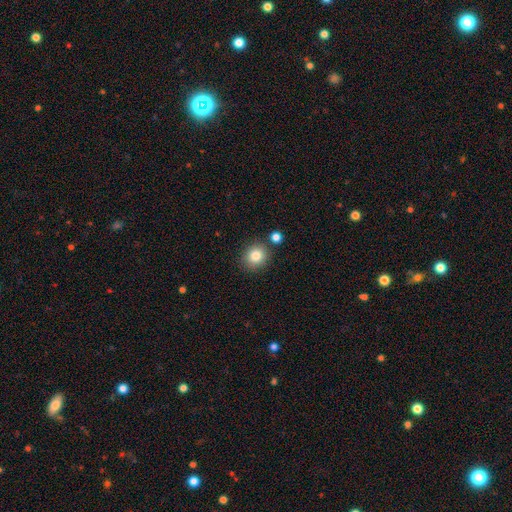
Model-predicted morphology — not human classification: Smooth or featured: smooth — 84% (star or artifact — 10%)
How rounded: round — 82% (in between — 17%)
Merging: none — 82% (minor disturbance — 9%)